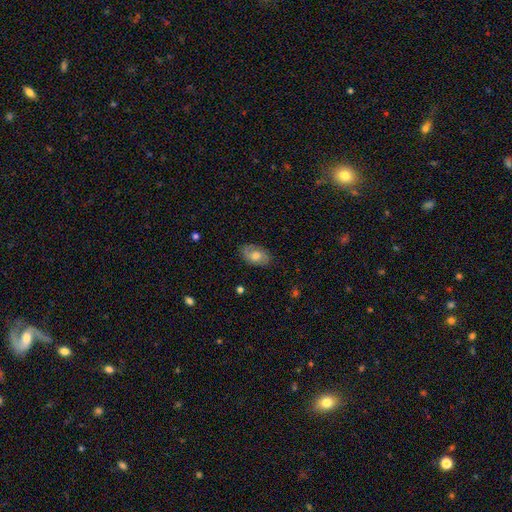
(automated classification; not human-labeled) Smooth or featured? Predicted: smooth (p=0.50). Merging? Predicted: none (p=0.80).